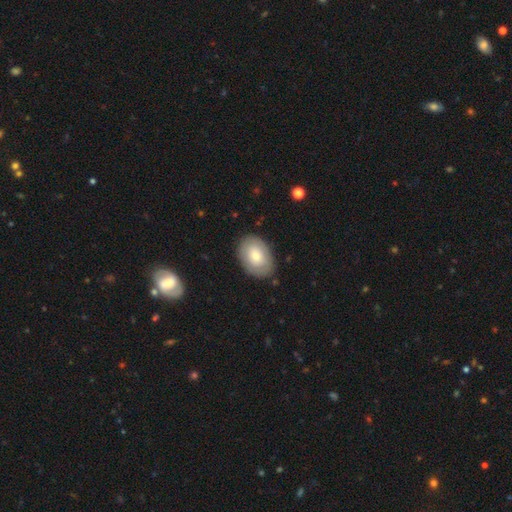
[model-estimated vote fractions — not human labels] Smooth or featured: smooth — 69% (featured or disk — 25%)
How rounded: in between — 83% (round — 16%)
Merging: none — 83% (minor disturbance — 12%)